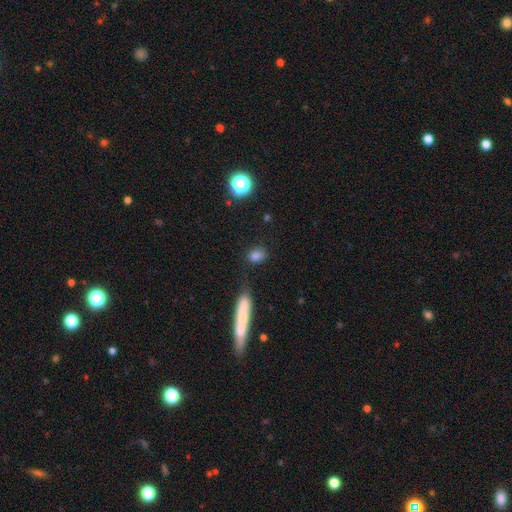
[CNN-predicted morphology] A smooth galaxy with no disk features (81%) that is in between round and cigar-shaped (57%). Merging: none (75%).